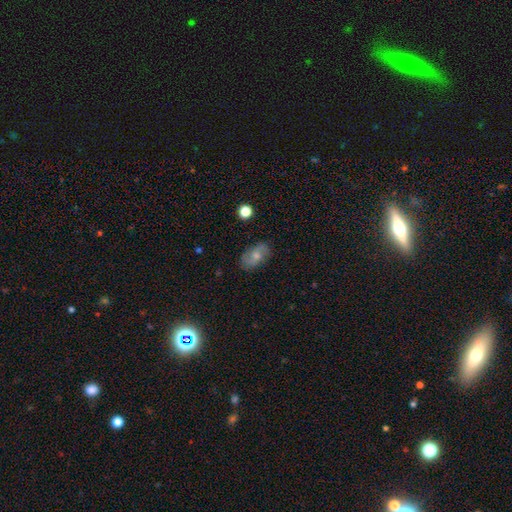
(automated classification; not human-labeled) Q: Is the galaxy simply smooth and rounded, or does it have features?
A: smooth — 51%.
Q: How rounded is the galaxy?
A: in between — 88%.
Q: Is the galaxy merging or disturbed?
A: none — 78%.